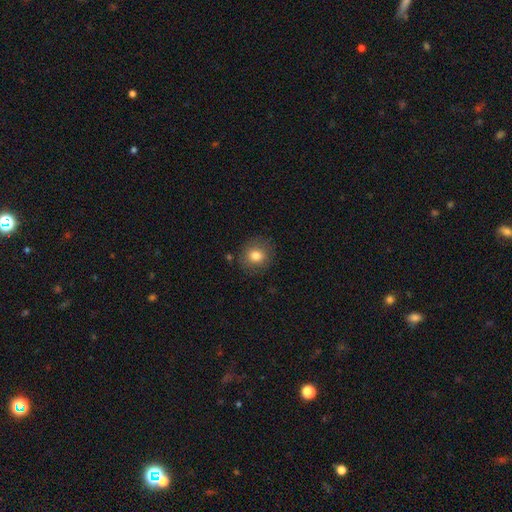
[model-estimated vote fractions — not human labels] Q: Smooth or featured?
A: smooth (80%); runner-up: featured or disk (10%)
Q: How rounded?
A: round (81%); runner-up: in between (18%)
Q: Merging?
A: none (84%); runner-up: minor disturbance (11%)